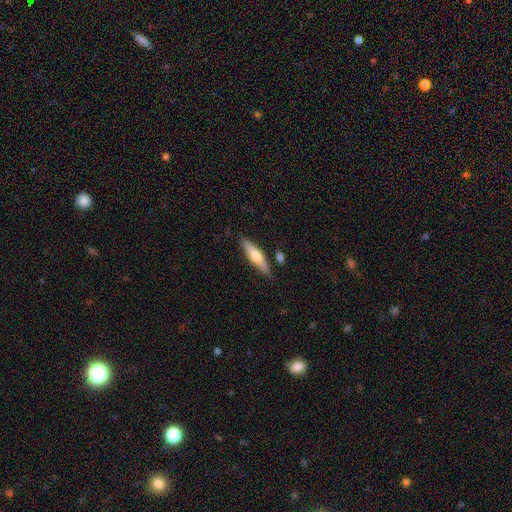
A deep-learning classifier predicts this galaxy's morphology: Q: Smooth or featured?
A: smooth (50%); runner-up: featured or disk (45%)
Q: Merging?
A: none (82%); runner-up: minor disturbance (11%)